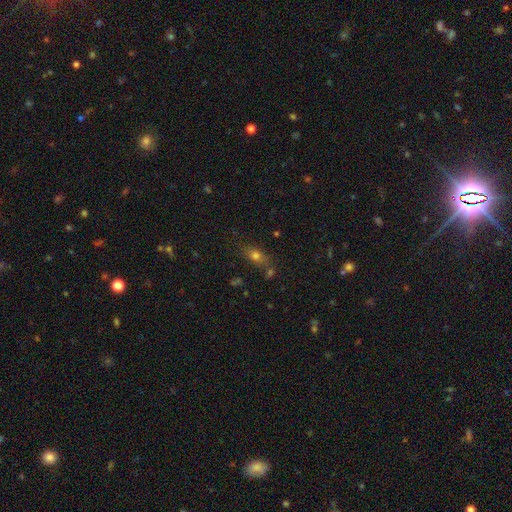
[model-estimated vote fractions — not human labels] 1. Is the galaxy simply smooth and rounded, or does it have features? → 70% smooth, 16% star or artifact, 14% featured or disk.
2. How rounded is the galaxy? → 67% in between, 23% round, 10% cigar-shaped.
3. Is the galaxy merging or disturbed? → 69% none, 15% minor disturbance, 11% merger, 5% major disturbance.